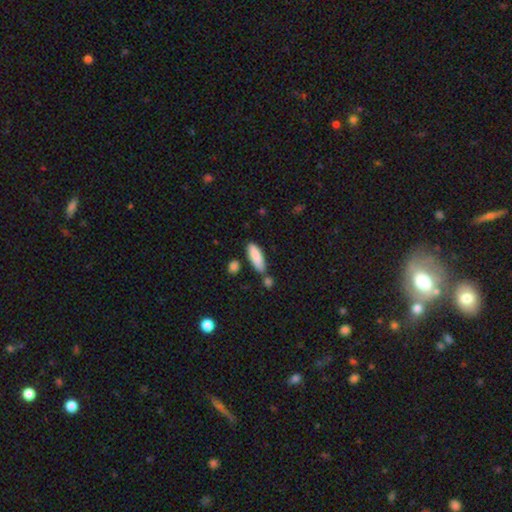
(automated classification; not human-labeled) The model was most divided on "how rounded": in between: 56%, cigar-shaped: 42%, round: 2%. More confident: smooth or featured — smooth (86%); merging — none (69%).